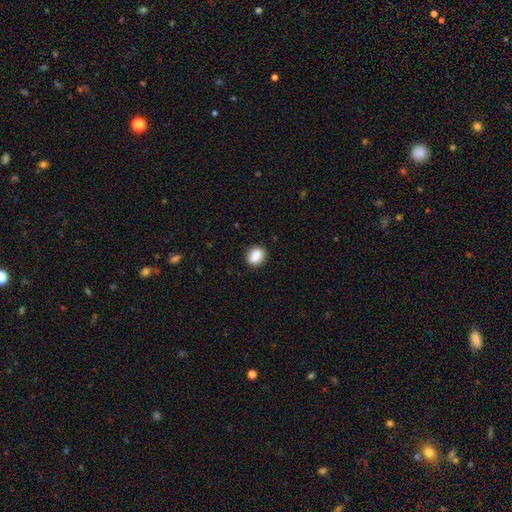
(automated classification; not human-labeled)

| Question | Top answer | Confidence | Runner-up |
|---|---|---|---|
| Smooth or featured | smooth | 82% | featured or disk (9%) |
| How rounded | round | 53% | in between (45%) |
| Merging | none | 78% | minor disturbance (14%) |